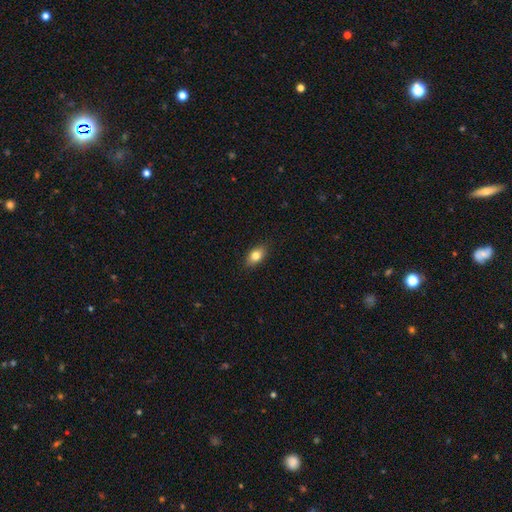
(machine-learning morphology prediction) Smooth or featured?
  - smooth: 80% *
  - featured or disk: 12%
  - star or artifact: 8%
How rounded?
  - in between: 85% *
  - round: 10%
  - cigar-shaped: 4%
Merging?
  - none: 87% *
  - minor disturbance: 10%
  - major disturbance: 2%
  - merger: 1%